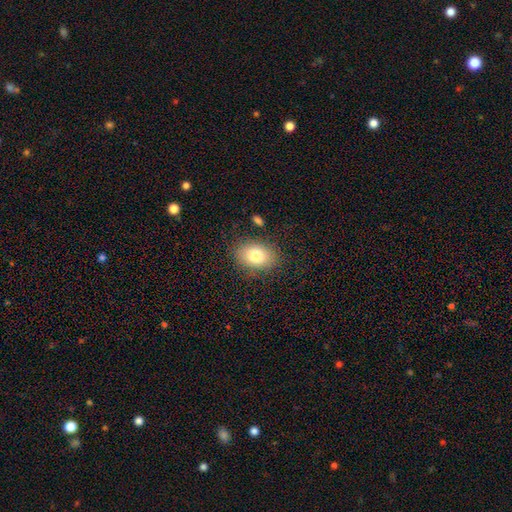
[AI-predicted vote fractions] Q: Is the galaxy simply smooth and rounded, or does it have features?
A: smooth — 79%.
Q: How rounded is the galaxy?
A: in between — 74%.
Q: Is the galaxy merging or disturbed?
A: none — 82%.